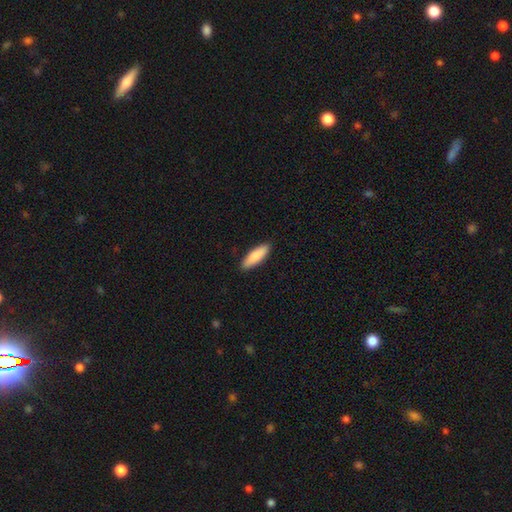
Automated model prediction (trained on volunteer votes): Smooth or featured: smooth — 85% (featured or disk — 10%)
How rounded: cigar-shaped — 55% (in between — 43%)
Merging: none — 90% (minor disturbance — 8%)